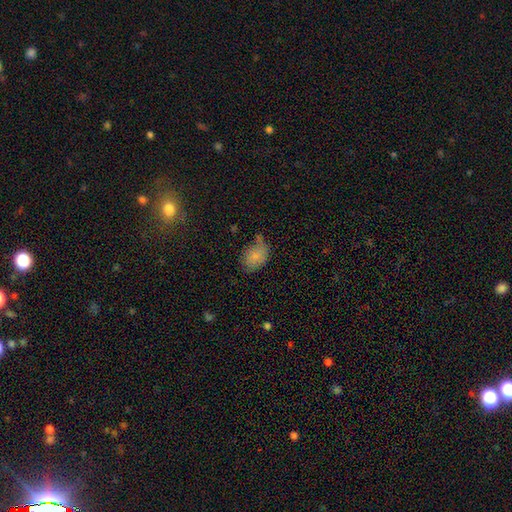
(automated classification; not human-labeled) smooth-or-featured: smooth: 81% | featured or disk: 10% | star or artifact: 9%
  how-rounded: in between: 82% | round: 17% | cigar-shaped: 1%
  merging: none: 51% | minor disturbance: 33% | major disturbance: 11% | merger: 5%